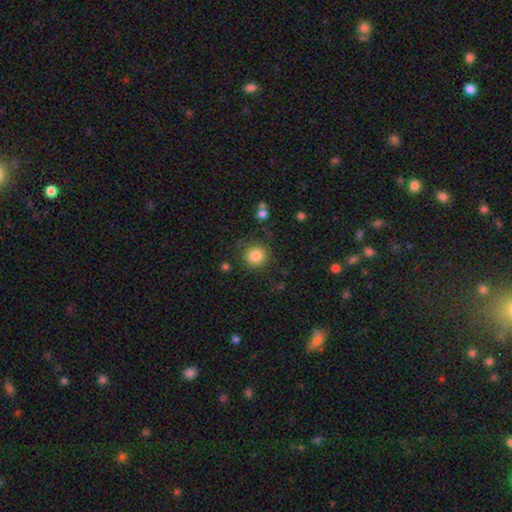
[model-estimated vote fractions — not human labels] Q: Smooth or featured?
A: smooth (84%); runner-up: star or artifact (10%)
Q: How rounded?
A: round (91%); runner-up: in between (8%)
Q: Merging?
A: none (81%); runner-up: minor disturbance (12%)